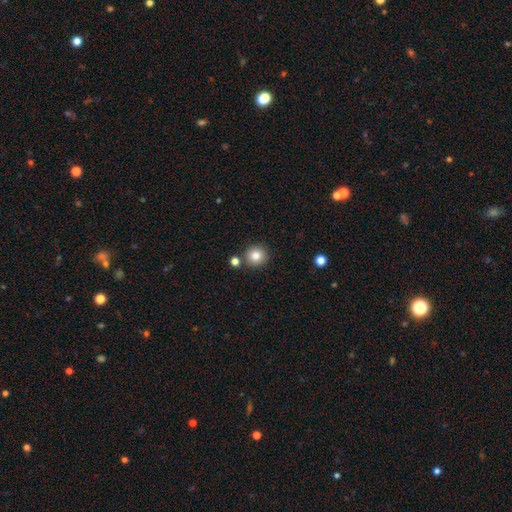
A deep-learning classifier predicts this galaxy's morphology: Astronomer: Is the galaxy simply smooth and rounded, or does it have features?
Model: smooth — 82%.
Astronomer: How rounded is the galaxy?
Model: round — 93%.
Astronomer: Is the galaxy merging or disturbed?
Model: none — 84%.